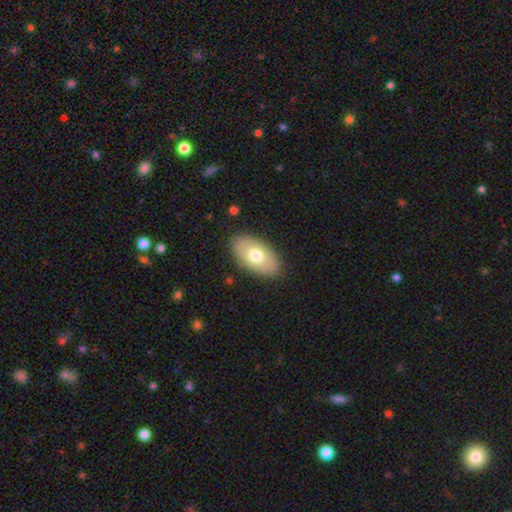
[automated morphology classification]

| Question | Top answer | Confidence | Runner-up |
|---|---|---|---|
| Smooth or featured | smooth | 69% | featured or disk (25%) |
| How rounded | in between | 94% | round (4%) |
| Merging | none | 86% | minor disturbance (10%) |